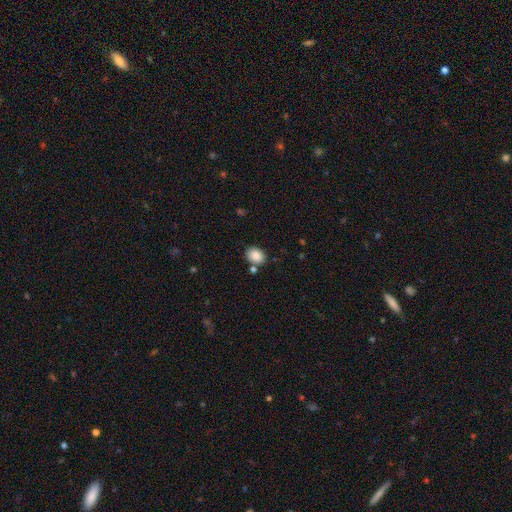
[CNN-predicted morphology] This appears to be a smooth galaxy with no disk features (87%) that is in between round and cigar-shaped (65%). Merging: none (77%).